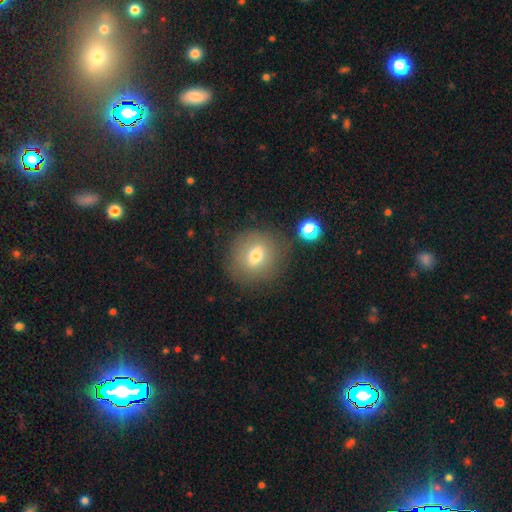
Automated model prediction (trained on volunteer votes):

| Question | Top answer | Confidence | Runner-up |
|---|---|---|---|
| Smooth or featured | smooth | 67% | featured or disk (22%) |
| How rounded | round | 82% | in between (17%) |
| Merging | none | 80% | minor disturbance (11%) |